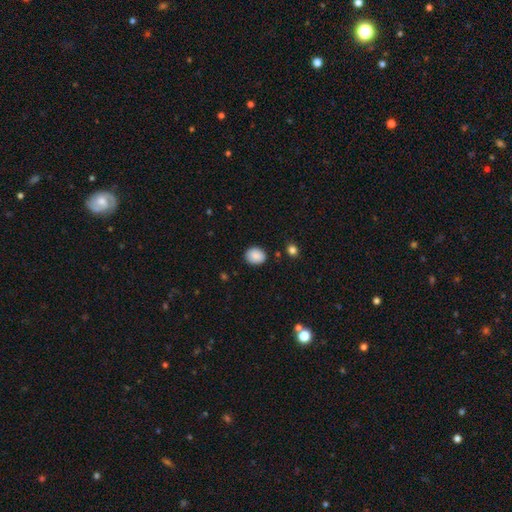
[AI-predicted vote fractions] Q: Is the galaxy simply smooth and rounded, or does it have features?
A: smooth — 89%.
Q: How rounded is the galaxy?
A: round — 62%.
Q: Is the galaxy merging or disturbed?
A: none — 86%.